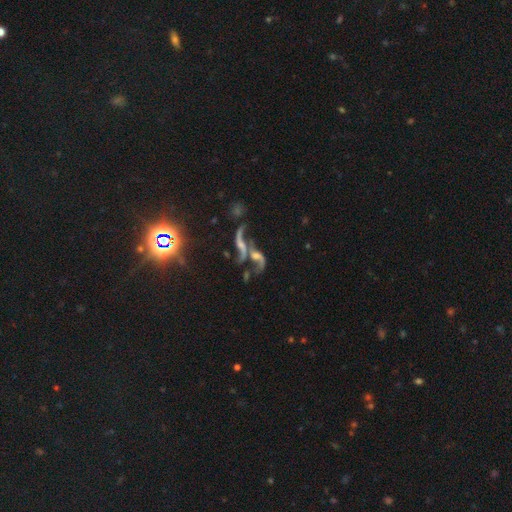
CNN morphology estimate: This is likely a featured or disk galaxy (63%). It is clearly not viewed edge-on (88%). Bar: possibly no (52%). Spiral arm pattern: likely yes (79%). Central bulge: marginally small (39%). Merging: marginally merger (35%).